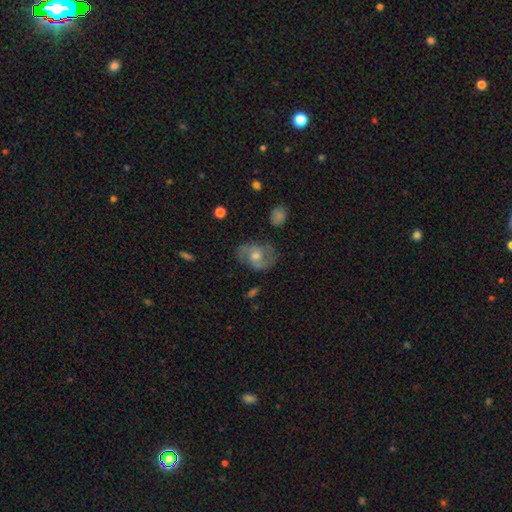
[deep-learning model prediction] Smooth or featured? featured or disk (68%)
Edge-on disk? no (96%)
Bar? no (61%)
Spiral arms? yes (87%)
Spiral winding? medium (50%)
Spiral arm count? 2 (80%)
Bulge size? moderate (64%)
Merging? none (72%)